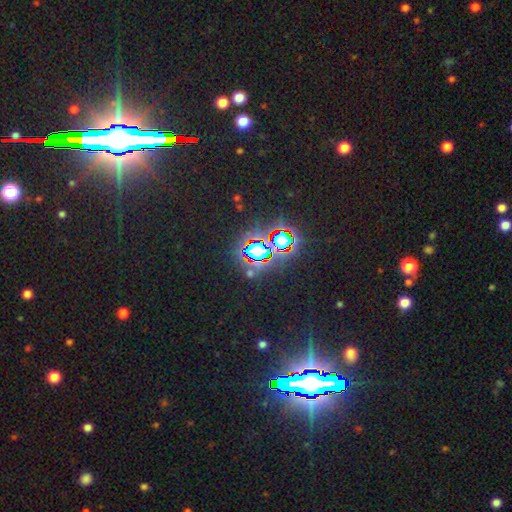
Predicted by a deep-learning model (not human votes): The model was most divided on "smooth or featured": star or artifact: 81%, smooth: 11%, featured or disk: 8%.